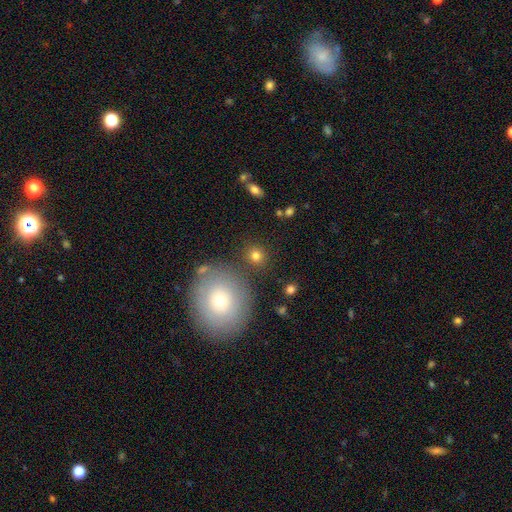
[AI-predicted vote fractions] Q: Smooth or featured?
A: smooth (78%); runner-up: star or artifact (13%)
Q: How rounded?
A: round (85%); runner-up: in between (14%)
Q: Merging?
A: none (84%); runner-up: minor disturbance (8%)